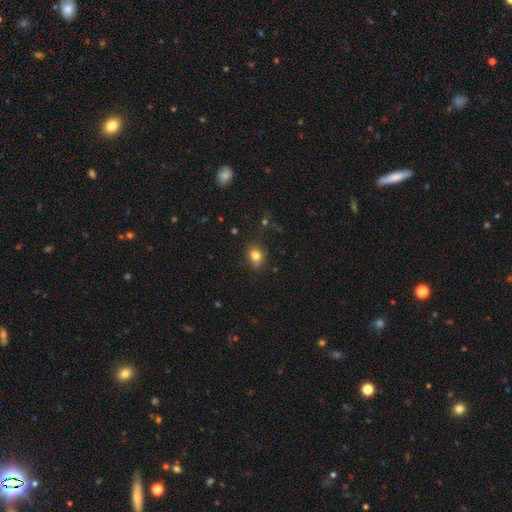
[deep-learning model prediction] The model was most divided on "how rounded": in between: 54%, round: 44%, cigar-shaped: 1%. More confident: smooth or featured — smooth (80%); merging — none (71%).